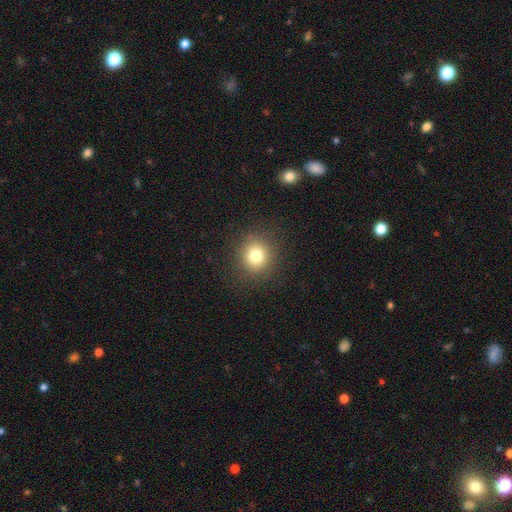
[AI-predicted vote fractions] Smooth or featured: smooth — 79% (star or artifact — 14%)
How rounded: round — 89% (in between — 10%)
Merging: none — 90% (minor disturbance — 6%)